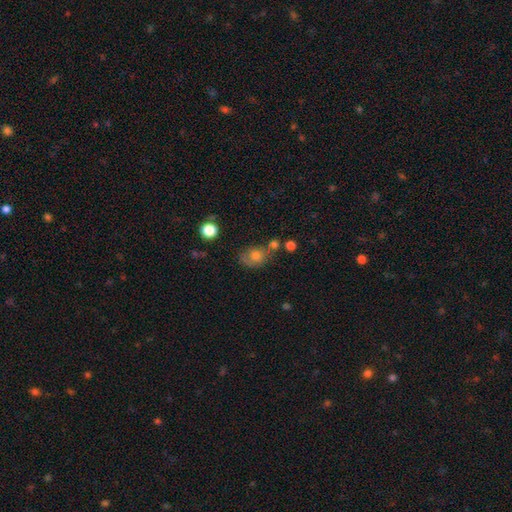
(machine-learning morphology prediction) This is likely a smooth galaxy (61%). How rounded: possibly in between (53%). Merging: possibly none (52%).